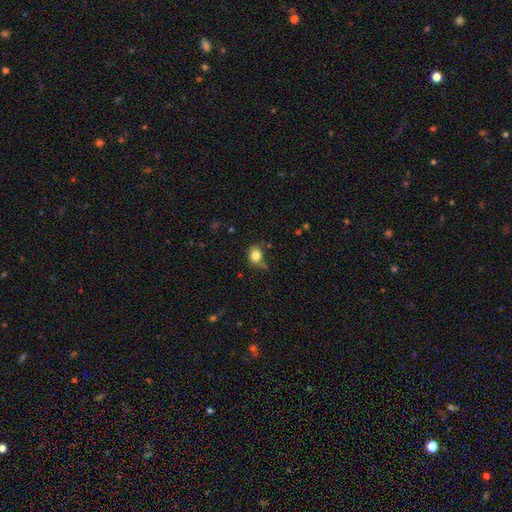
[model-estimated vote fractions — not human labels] This is clearly a smooth galaxy (81%). How rounded: likely round (63%). Merging: possibly none (54%).